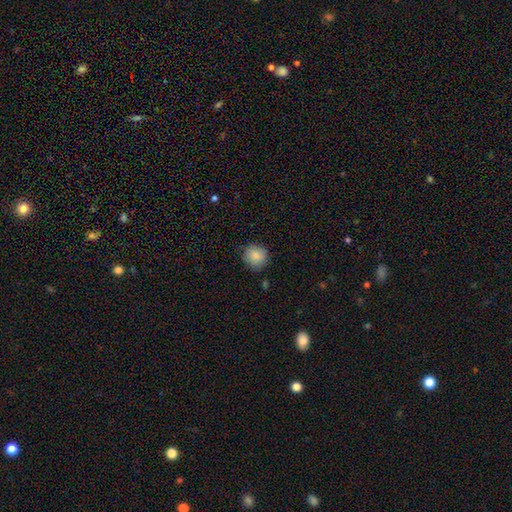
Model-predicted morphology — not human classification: smooth_or_featured: smooth (p=0.86) [alt: star or artifact p=0.08]
how_rounded: round (p=0.90) [alt: in between p=0.09]
merging: none (p=0.85) [alt: minor disturbance p=0.11]